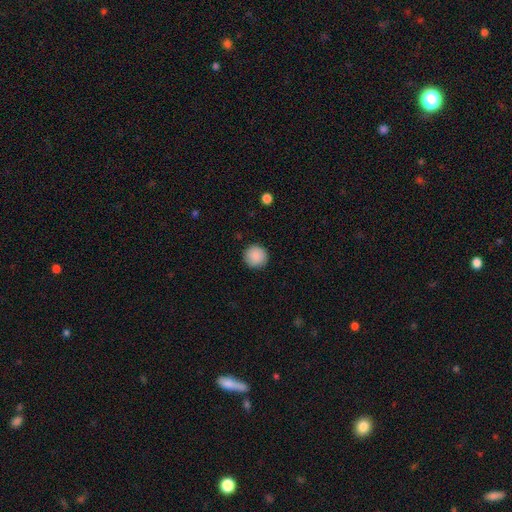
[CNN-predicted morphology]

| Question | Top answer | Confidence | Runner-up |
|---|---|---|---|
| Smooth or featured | smooth | 88% | star or artifact (7%) |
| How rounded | round | 95% | in between (4%) |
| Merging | none | 91% | minor disturbance (7%) |